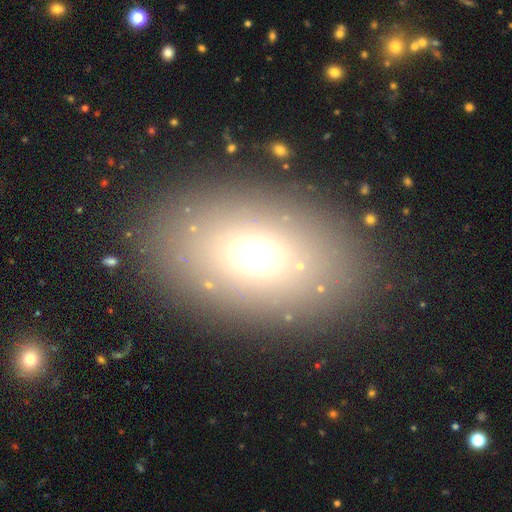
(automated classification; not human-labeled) Q: Smooth or featured?
A: smooth (68%); runner-up: star or artifact (18%)
Q: How rounded?
A: in between (77%); runner-up: round (21%)
Q: Merging?
A: none (84%); runner-up: minor disturbance (9%)